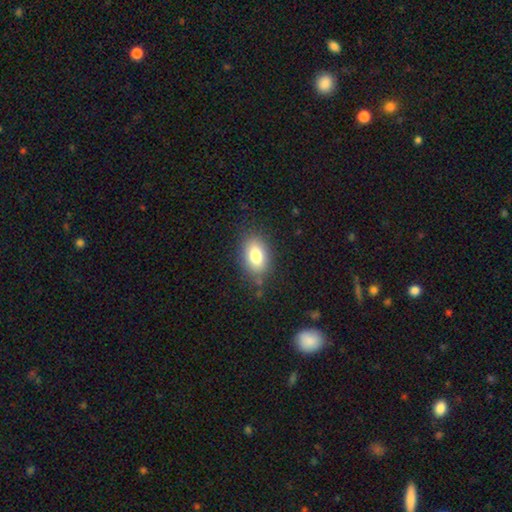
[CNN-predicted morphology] Smooth or featured? smooth (81%)
How rounded? in between (88%)
Merging? none (80%)